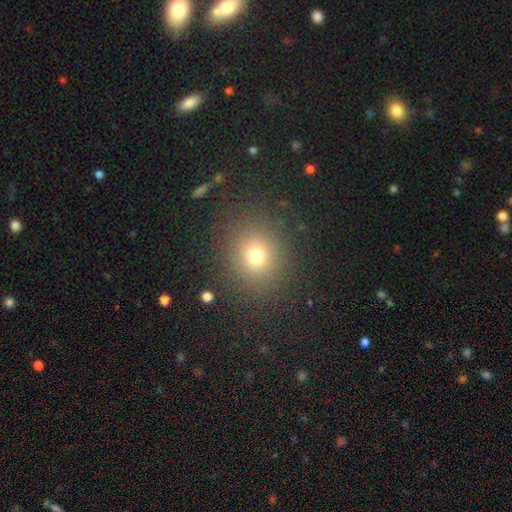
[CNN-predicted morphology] A smooth galaxy with no disk features (72%) that is round (80%).

Vote fractions:
- Smooth or featured? smooth: 72% / star or artifact: 19% / featured or disk: 9%
- How rounded? round: 80% / in between: 19% / cigar-shaped: 1%
- Merging? none: 87% / minor disturbance: 8% / major disturbance: 4% / merger: 1%